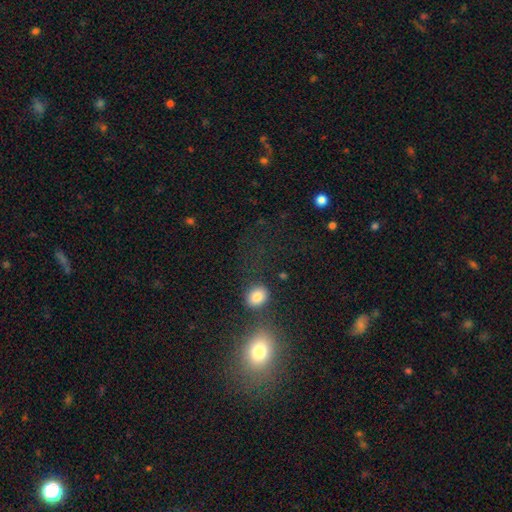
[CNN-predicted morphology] Smooth or featured: smooth — 52% (star or artifact — 35%)
How rounded: round — 63% (in between — 33%)
Merging: none — 47% (merger — 26%)